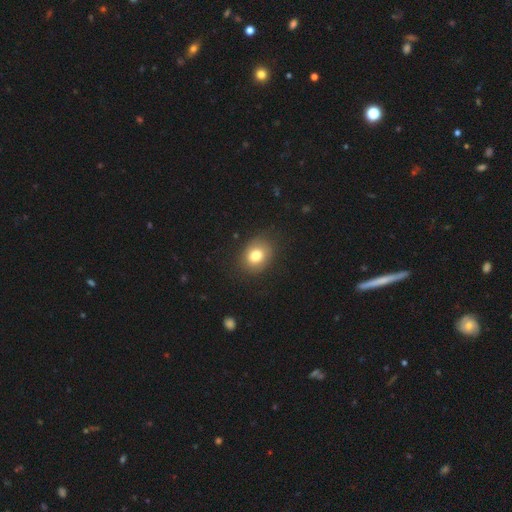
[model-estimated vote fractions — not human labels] smooth_or_featured: smooth (p=0.78) [alt: featured or disk p=0.12]
how_rounded: round (p=0.53) [alt: in between p=0.46]
merging: none (p=0.83) [alt: minor disturbance p=0.12]